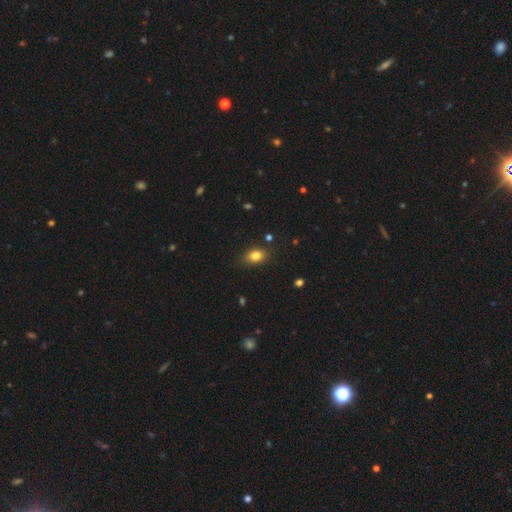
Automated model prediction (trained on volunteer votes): Smooth or featured: smooth — 82% (star or artifact — 10%)
How rounded: in between — 79% (round — 20%)
Merging: none — 83% (minor disturbance — 13%)